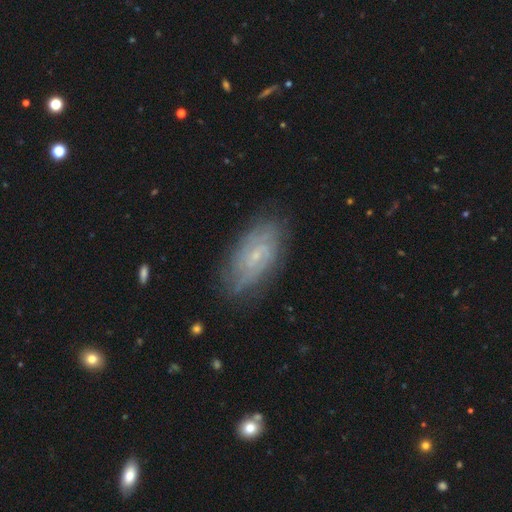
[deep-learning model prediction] featured or disk 70%, smooth 22%, star or artifact 8%. Down the decision tree: edge-on disk — no (93%); bar — no (55%); spiral arms — yes (86%); spiral arm count — can't tell (51%); spiral winding — tight (54%); bulge size — small (78%); merging — none (76%).